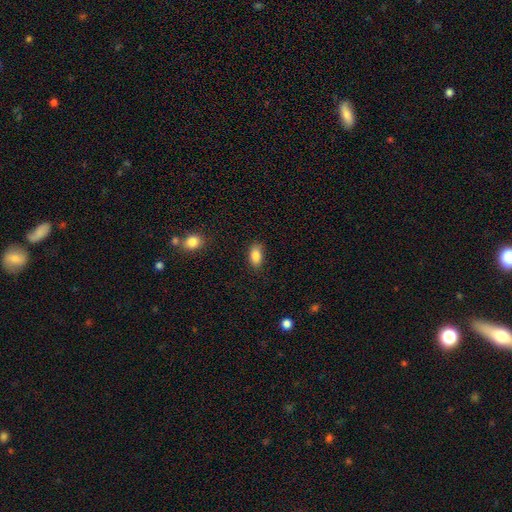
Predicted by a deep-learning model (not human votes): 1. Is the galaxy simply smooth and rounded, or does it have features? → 87% smooth, 8% star or artifact, 5% featured or disk.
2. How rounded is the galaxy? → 90% in between, 6% round, 4% cigar-shaped.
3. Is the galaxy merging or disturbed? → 82% none, 13% minor disturbance, 3% major disturbance, 1% merger.